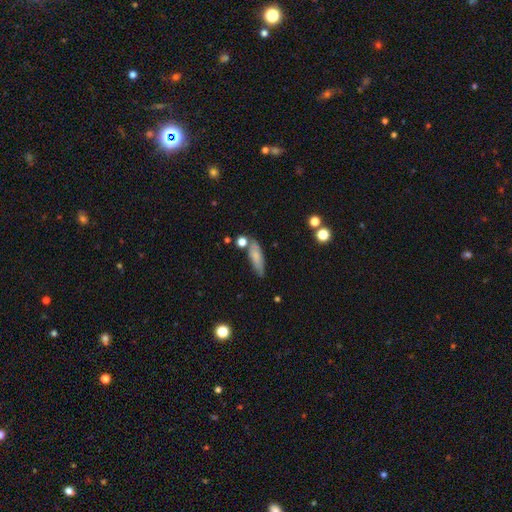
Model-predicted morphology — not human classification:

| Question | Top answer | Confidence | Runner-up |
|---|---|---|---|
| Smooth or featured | smooth | 74% | featured or disk (19%) |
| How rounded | cigar-shaped | 52% | in between (45%) |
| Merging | none | 68% | minor disturbance (19%) |